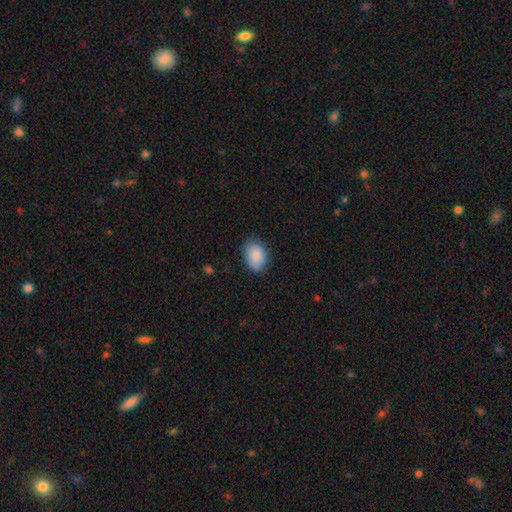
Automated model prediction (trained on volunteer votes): Q: Smooth or featured?
A: smooth (86%); runner-up: star or artifact (7%)
Q: How rounded?
A: in between (81%); runner-up: round (18%)
Q: Merging?
A: none (81%); runner-up: minor disturbance (15%)